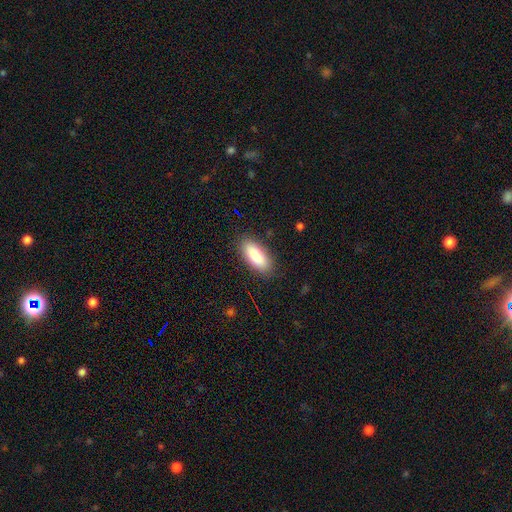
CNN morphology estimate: This appears to be a smooth galaxy with no disk features (85%) that is in between round and cigar-shaped (81%). Merging: none (87%).